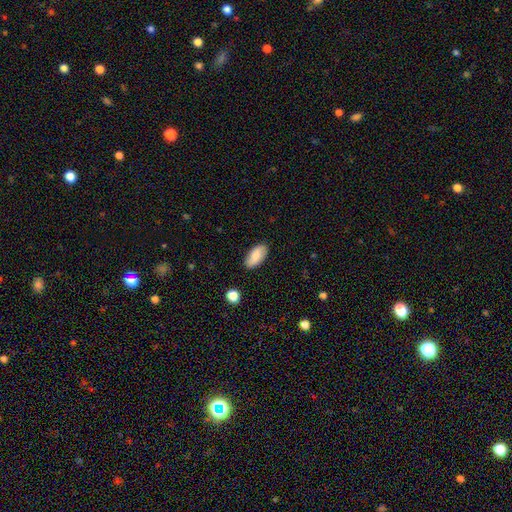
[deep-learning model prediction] smooth-or-featured: smooth: 78% | featured or disk: 15% | star or artifact: 7%
  how-rounded: in between: 93% | cigar-shaped: 5% | round: 3%
  merging: none: 84% | minor disturbance: 12% | major disturbance: 2% | merger: 1%